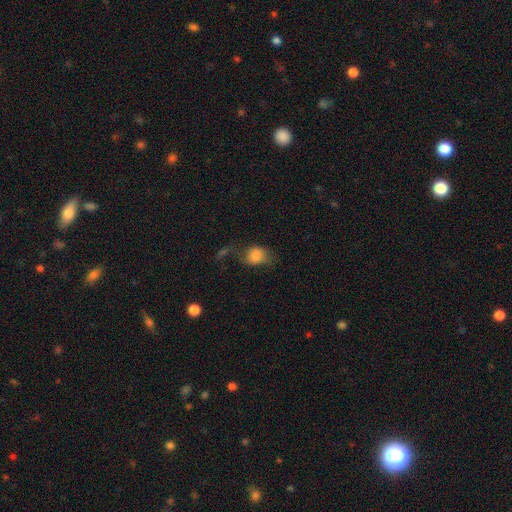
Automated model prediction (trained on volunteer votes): A smooth galaxy with no disk features (80%) that is in between round and cigar-shaped (58%). Merging: none (44%).